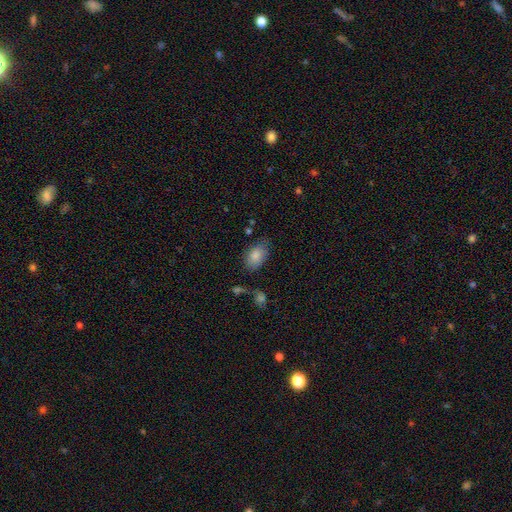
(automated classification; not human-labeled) Smooth or featured?
  - smooth: 85% *
  - featured or disk: 8%
  - star or artifact: 7%
How rounded?
  - in between: 90% *
  - round: 8%
  - cigar-shaped: 1%
Merging?
  - none: 68% *
  - minor disturbance: 22%
  - major disturbance: 6%
  - merger: 4%